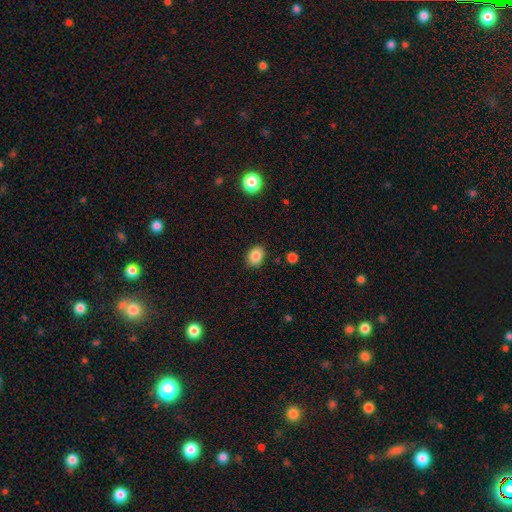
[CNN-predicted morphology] The model was most divided on "how rounded": in between: 61%, round: 38%, cigar-shaped: 1%. More confident: merging — none (87%); smooth or featured — smooth (86%).